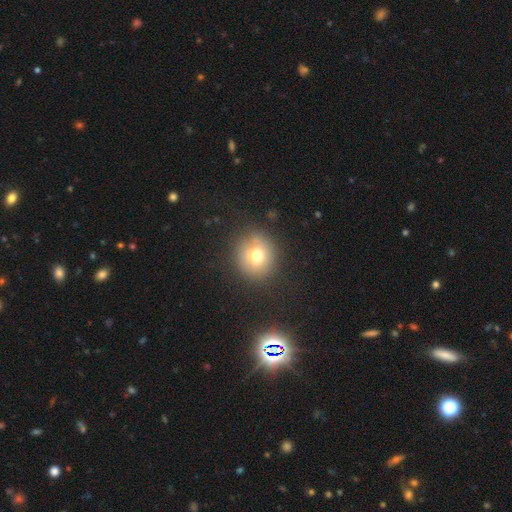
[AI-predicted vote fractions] Smooth or featured?
  - smooth: 71% *
  - featured or disk: 15%
  - star or artifact: 14%
How rounded?
  - round: 87% *
  - in between: 12%
  - cigar-shaped: 1%
Merging?
  - none: 82% *
  - minor disturbance: 11%
  - major disturbance: 5%
  - merger: 2%